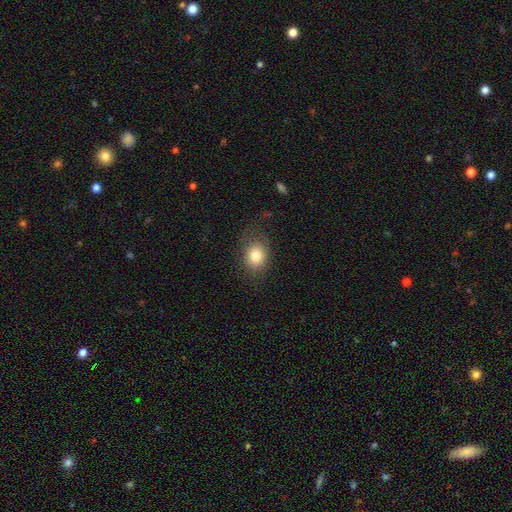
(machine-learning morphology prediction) A smooth galaxy with no disk features (80%) that is in between round and cigar-shaped (56%). Merging: none (73%).